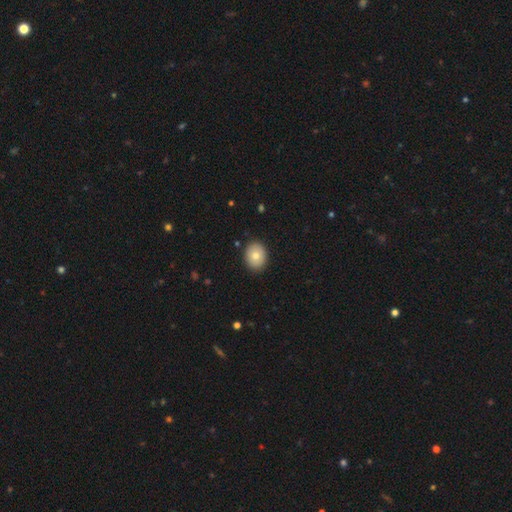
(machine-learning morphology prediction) type=smooth (78%); roundness=in between (53%); merging=none (89%).